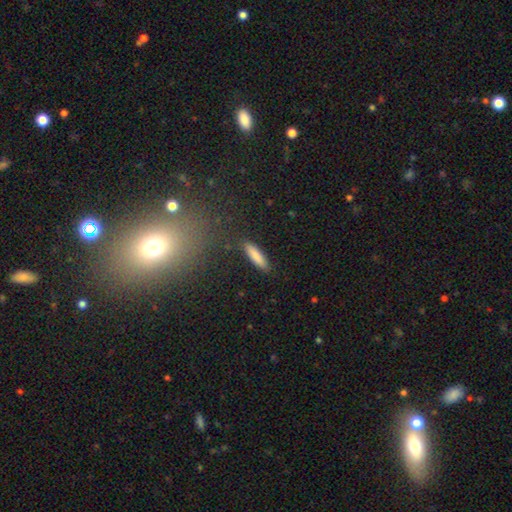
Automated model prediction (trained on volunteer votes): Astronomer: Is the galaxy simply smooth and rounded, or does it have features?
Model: smooth — 85%.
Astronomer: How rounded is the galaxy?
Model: cigar-shaped — 69%.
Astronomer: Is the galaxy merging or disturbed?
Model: none — 87%.